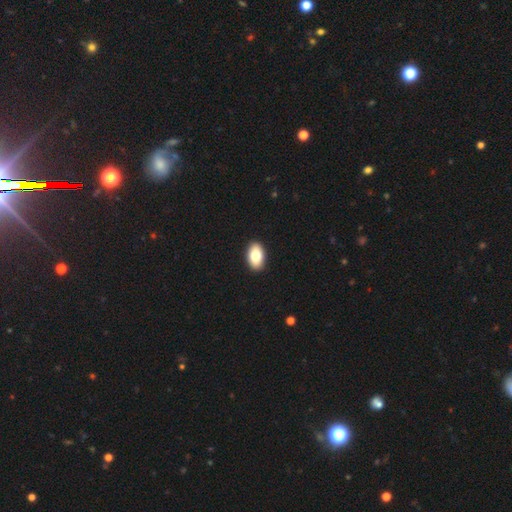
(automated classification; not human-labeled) A smooth galaxy with no disk features (82%) that is in between round and cigar-shaped (92%).

Vote fractions:
- Smooth or featured? smooth: 82% / featured or disk: 12% / star or artifact: 7%
- How rounded? in between: 92% / round: 6% / cigar-shaped: 2%
- Merging? none: 92% / minor disturbance: 6% / major disturbance: 1% / merger: 1%